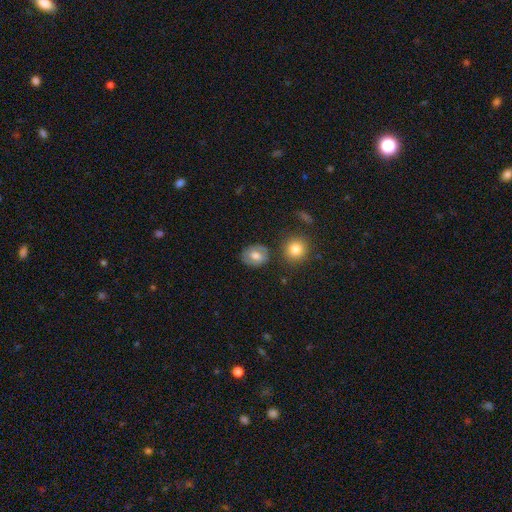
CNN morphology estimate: This appears to be a smooth galaxy with no disk features (70%) that is round (56%). Merging: none (78%).